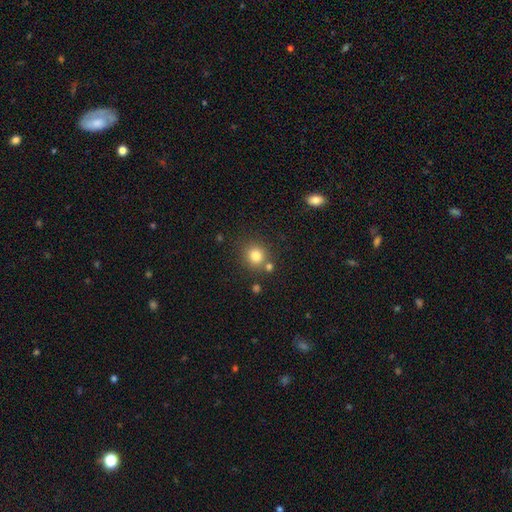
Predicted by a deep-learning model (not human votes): Smooth or featured: smooth — 81% (star or artifact — 13%)
How rounded: round — 89% (in between — 11%)
Merging: none — 76% (merger — 12%)